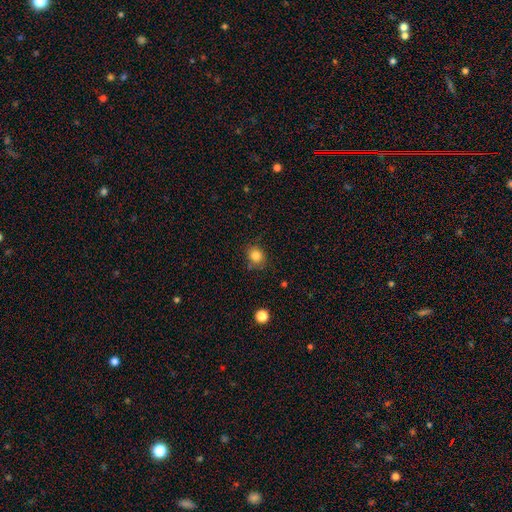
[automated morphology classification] type=smooth (83%); roundness=round (74%); merging=none (78%).